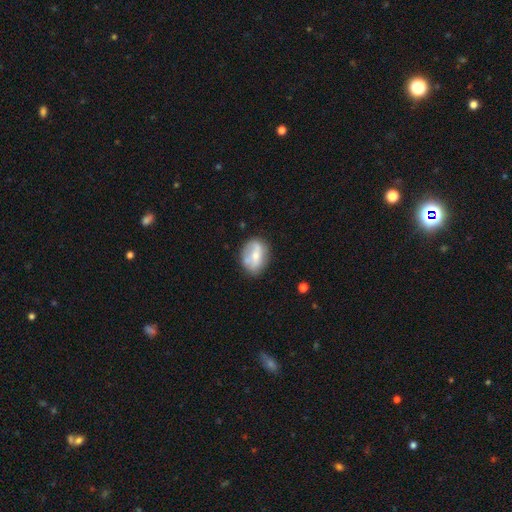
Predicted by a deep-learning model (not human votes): Q: Smooth or featured?
A: smooth (48%); runner-up: featured or disk (45%)
Q: Merging?
A: none (66%); runner-up: minor disturbance (22%)